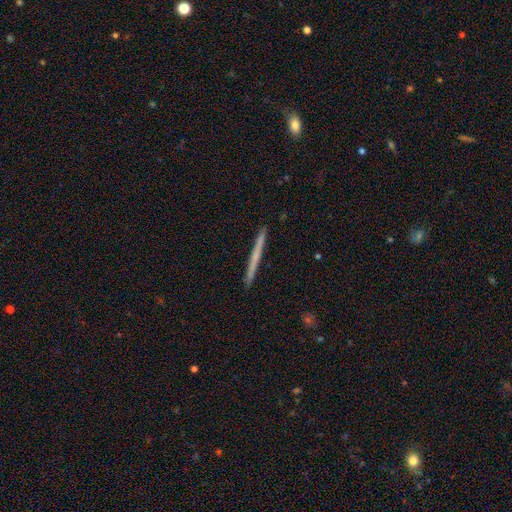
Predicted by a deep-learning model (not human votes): The model was most divided on "smooth or featured": smooth: 49%, featured or disk: 45%, star or artifact: 6%. More confident: merging — none (93%).